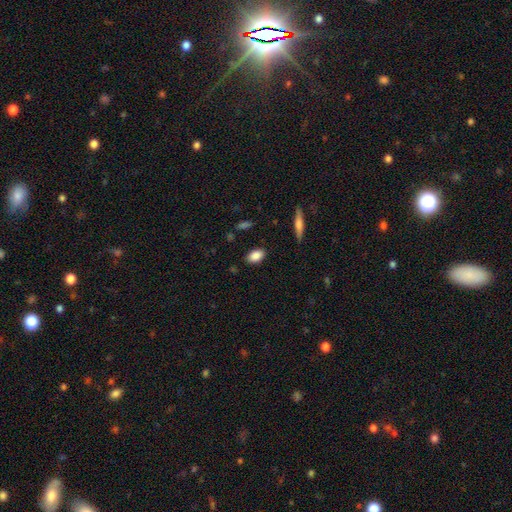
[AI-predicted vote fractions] smooth-or-featured: smooth: 86% | star or artifact: 7% | featured or disk: 6%
  how-rounded: in between: 90% | round: 7% | cigar-shaped: 3%
  merging: none: 86% | minor disturbance: 10% | major disturbance: 2% | merger: 1%